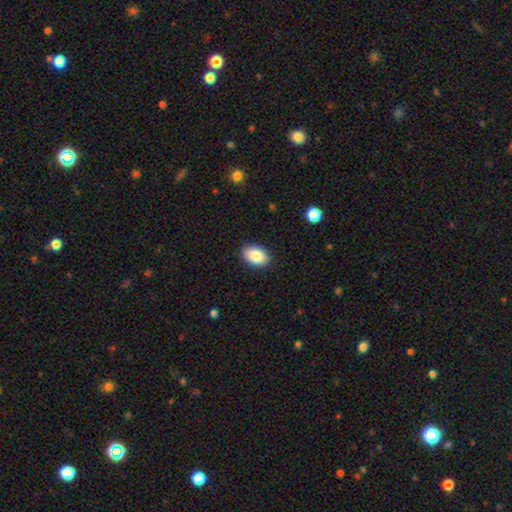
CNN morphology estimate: smooth-or-featured: smooth: 87% | star or artifact: 7% | featured or disk: 6%
  how-rounded: in between: 89% | round: 9% | cigar-shaped: 1%
  merging: none: 89% | minor disturbance: 8% | major disturbance: 2% | merger: 1%